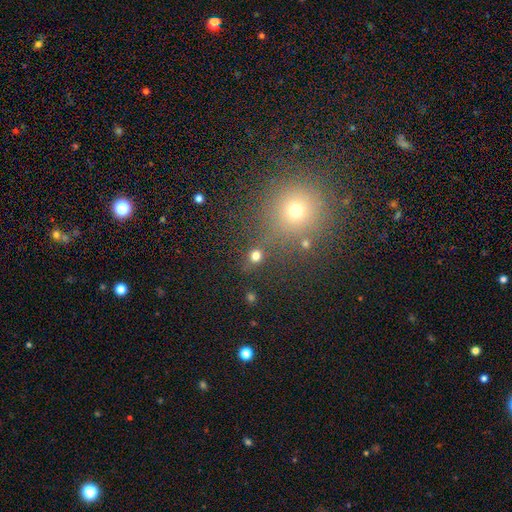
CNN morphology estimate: A smooth galaxy with no disk features (75%) that is round (79%). Merging: none (77%).